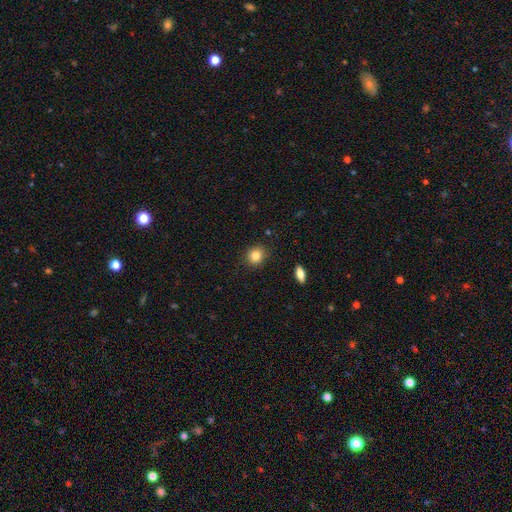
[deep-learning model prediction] A smooth galaxy with no disk features (83%) that is round (79%). Merging: none (88%).